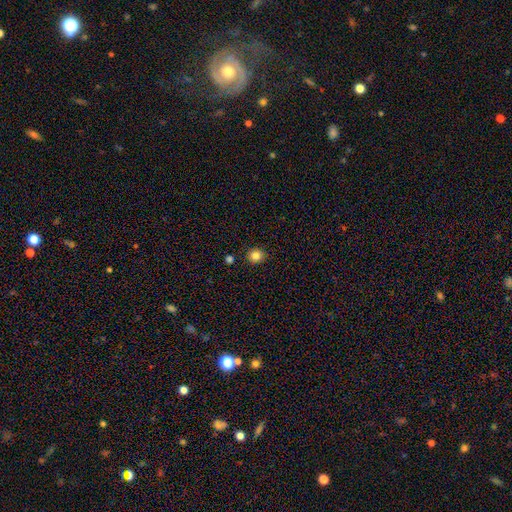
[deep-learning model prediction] smooth 84%, star or artifact 12%, featured or disk 5%. Down the decision tree: how rounded — round (83%); merging — none (88%).